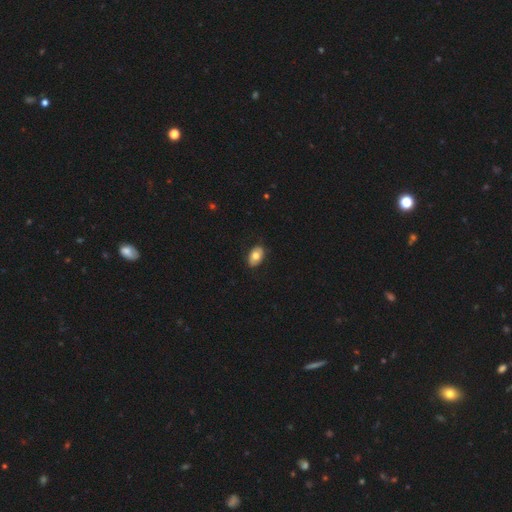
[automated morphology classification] type=smooth (73%); roundness=in between (89%); merging=none (86%).